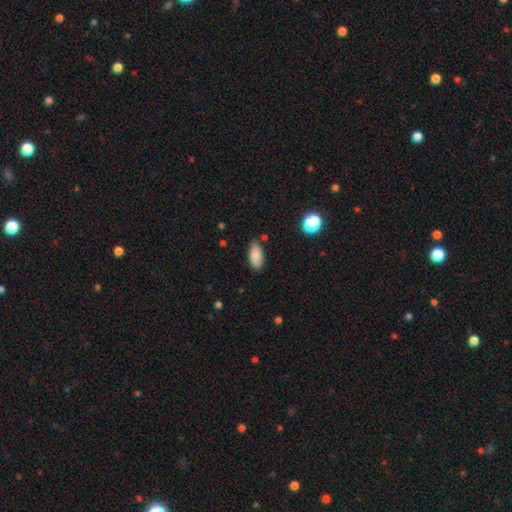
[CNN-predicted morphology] Smooth or featured: smooth — 86% (star or artifact — 8%)
How rounded: in between — 92% (cigar-shaped — 5%)
Merging: none — 76% (minor disturbance — 19%)